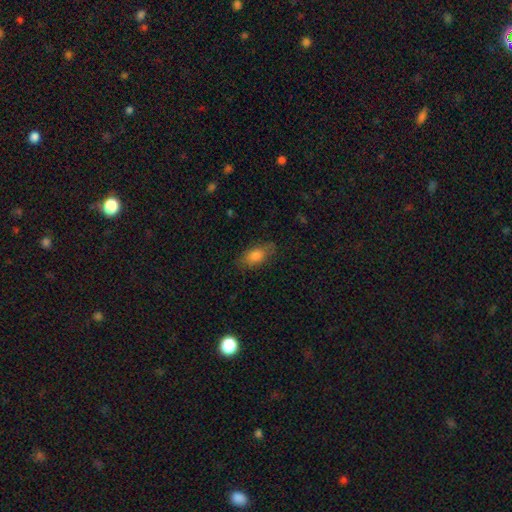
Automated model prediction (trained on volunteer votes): Smooth or featured: smooth — 80% (featured or disk — 13%)
How rounded: in between — 85% (cigar-shaped — 10%)
Merging: none — 79% (minor disturbance — 16%)